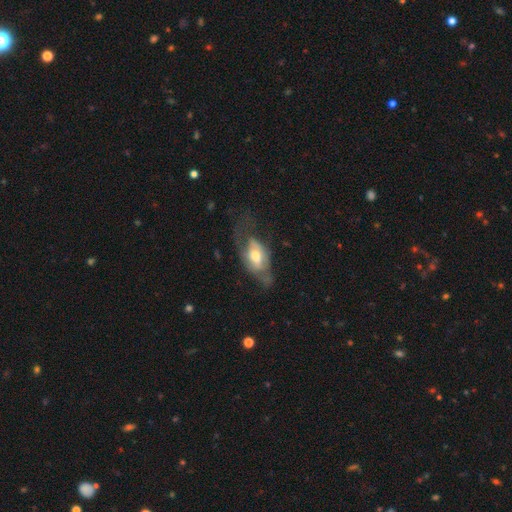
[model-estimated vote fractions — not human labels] A featured or disk galaxy (59%) with no bar (49%), spiral arms (58%) and a moderate central bulge (63%).

Vote fractions:
- Smooth or featured? featured or disk: 59% / smooth: 34% / star or artifact: 6%
- Edge-on disk? no: 86% / yes: 14%
- Bar? no: 49% / weak: 36% / strong: 15%
- Spiral arms? yes: 58% / no: 42%
- Bulge size? moderate: 63% / large: 19% / small: 15% / none: 2% / dominant: 1%
- Merging? none: 37% / major disturbance: 36% / minor disturbance: 25% / merger: 2%